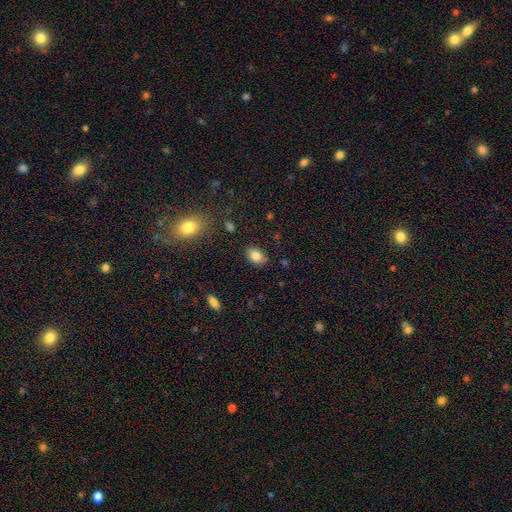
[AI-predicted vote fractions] This is clearly a smooth galaxy (84%). How rounded: clearly in between (84%). Merging: clearly none (83%).